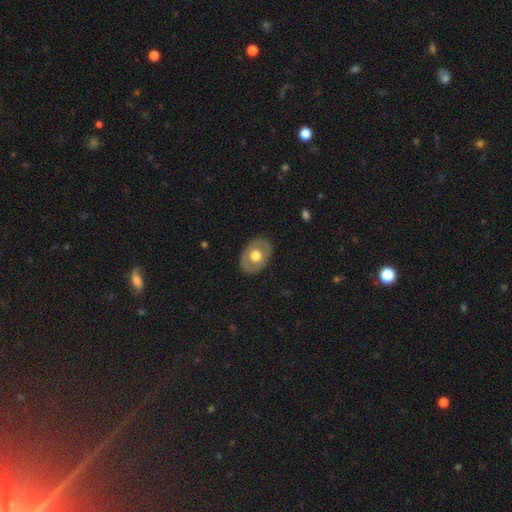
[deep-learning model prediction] This appears to be a smooth galaxy with no disk features (50%) that is in between round and cigar-shaped (70%). Merging: none (84%).